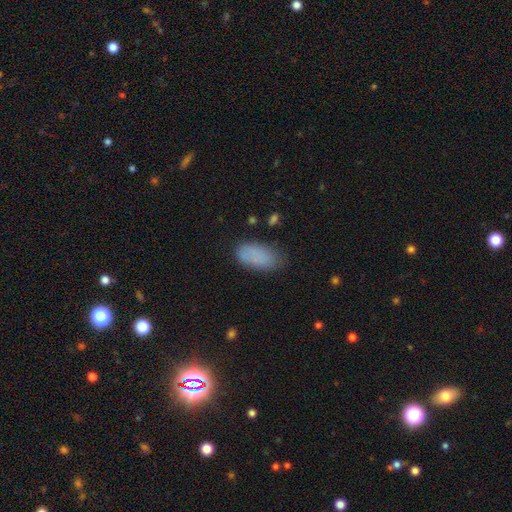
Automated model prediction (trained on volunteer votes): smooth-or-featured: smooth: 85% | star or artifact: 8% | featured or disk: 7%
  how-rounded: in between: 92% | cigar-shaped: 6% | round: 3%
  merging: none: 75% | minor disturbance: 18% | major disturbance: 5% | merger: 2%